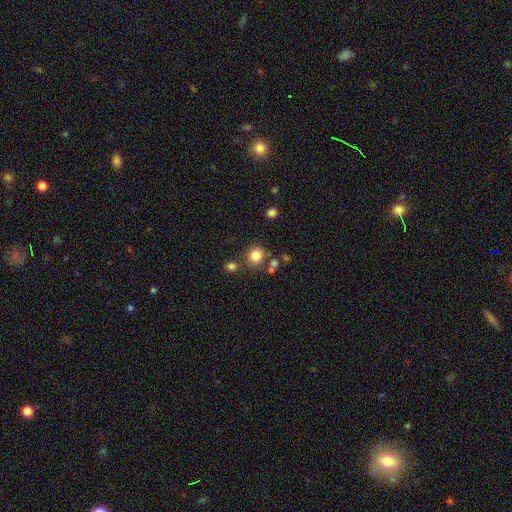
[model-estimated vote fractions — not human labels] Smooth or featured? Predicted: smooth (p=0.82). How rounded? Predicted: round (p=0.85). Merging? Predicted: none (p=0.73).